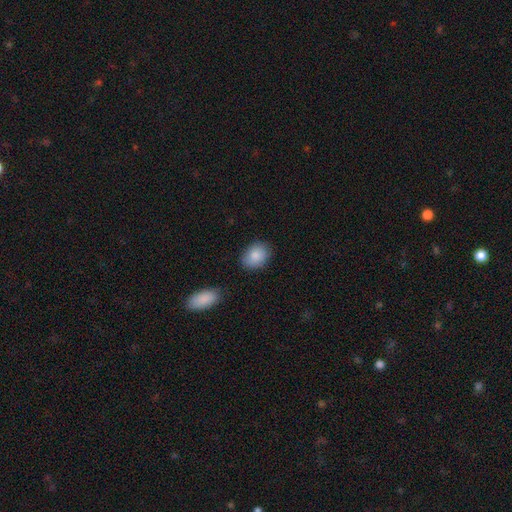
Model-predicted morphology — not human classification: A smooth galaxy with no disk features (87%) that is in between round and cigar-shaped (64%). Merging: none (82%).